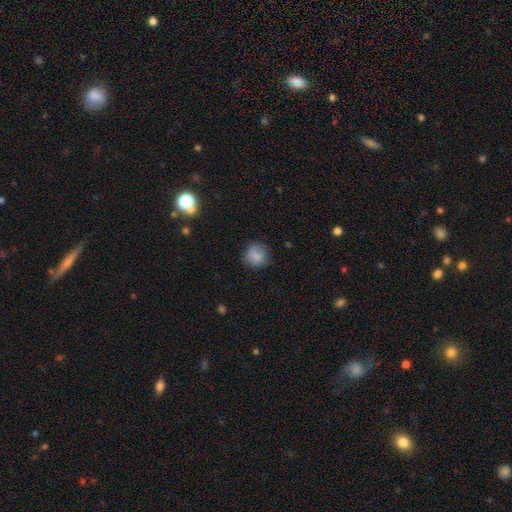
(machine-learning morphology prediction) A smooth galaxy with no disk features (83%) that is round (86%).

Vote fractions:
- Smooth or featured? smooth: 83% / star or artifact: 10% / featured or disk: 7%
- How rounded? round: 86% / in between: 13% / cigar-shaped: 1%
- Merging? none: 77% / minor disturbance: 17% / major disturbance: 5% / merger: 1%